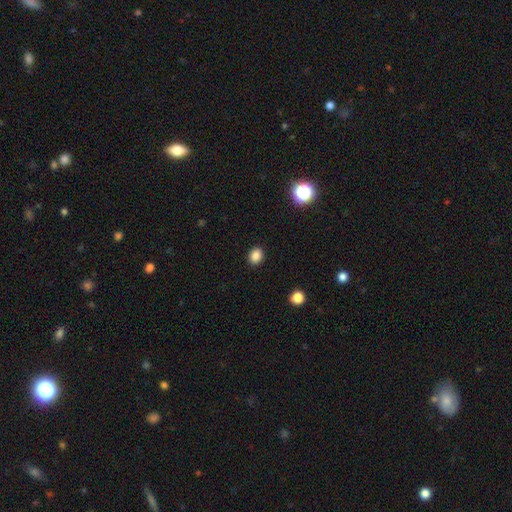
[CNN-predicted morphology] This appears to be a smooth galaxy with no disk features (85%) that is round (59%). Merging: none (91%).